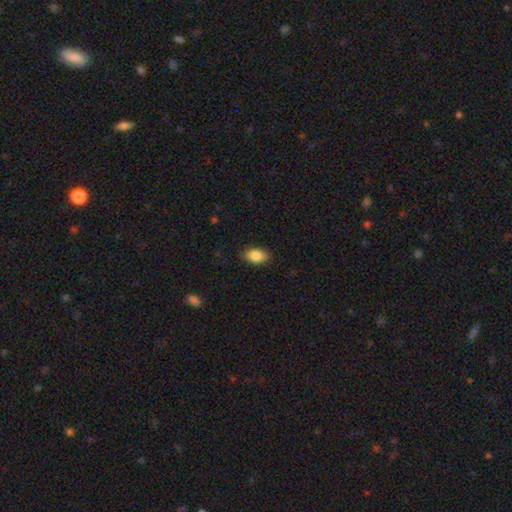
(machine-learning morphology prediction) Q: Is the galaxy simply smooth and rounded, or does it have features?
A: smooth — 87%.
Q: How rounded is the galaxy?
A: in between — 90%.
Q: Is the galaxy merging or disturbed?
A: none — 86%.